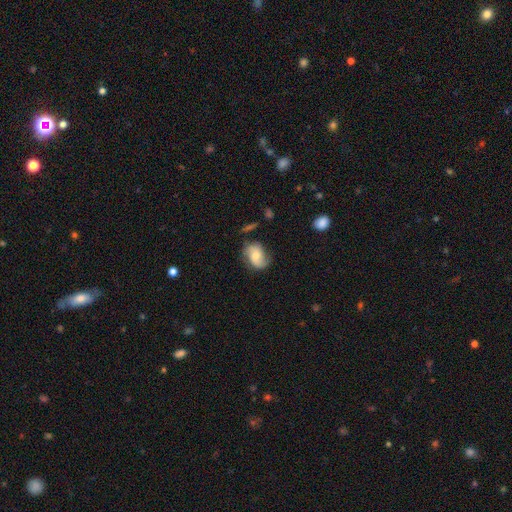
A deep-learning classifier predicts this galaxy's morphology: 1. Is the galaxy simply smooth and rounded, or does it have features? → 56% featured or disk, 36% smooth, 8% star or artifact.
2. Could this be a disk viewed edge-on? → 97% no, 3% yes.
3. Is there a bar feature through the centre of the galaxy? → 63% no, 30% weak, 7% strong.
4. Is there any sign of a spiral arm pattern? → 90% yes, 10% no.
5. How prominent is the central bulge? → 48% moderate, 40% small, 6% large, 5% none, 2% dominant.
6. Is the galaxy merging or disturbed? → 64% none, 24% minor disturbance, 9% major disturbance, 3% merger.